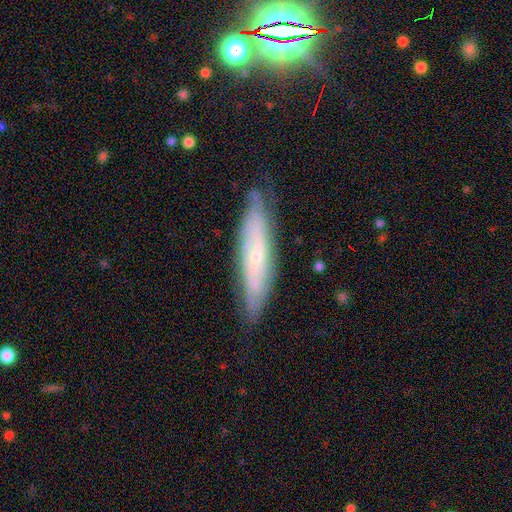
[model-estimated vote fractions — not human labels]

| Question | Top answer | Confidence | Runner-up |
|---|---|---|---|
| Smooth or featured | featured or disk | 61% | smooth (32%) |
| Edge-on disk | yes | 50% | tied: no (50%) |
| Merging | none | 75% | minor disturbance (19%) |